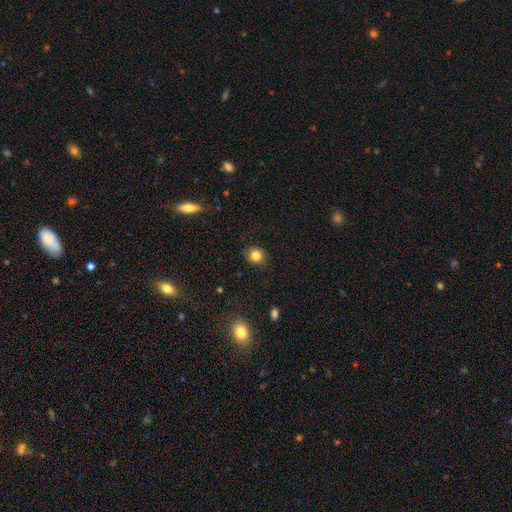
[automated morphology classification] smooth_or_featured: smooth (p=0.83) [alt: star or artifact p=0.11]
how_rounded: round (p=0.84) [alt: in between p=0.15]
merging: none (p=0.88) [alt: minor disturbance p=0.09]